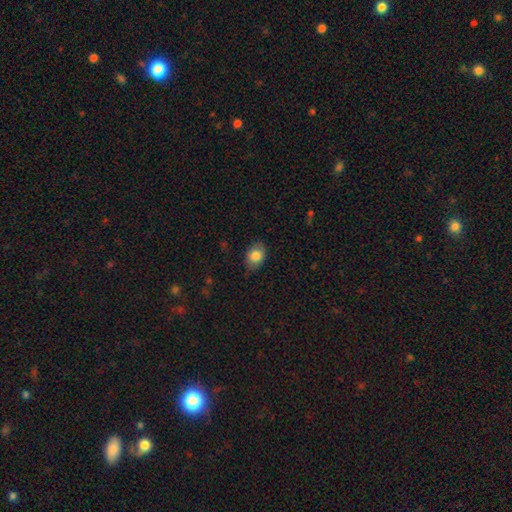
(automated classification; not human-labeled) This is clearly a smooth galaxy (83%). How rounded: likely in between (71%). Merging: likely none (78%).